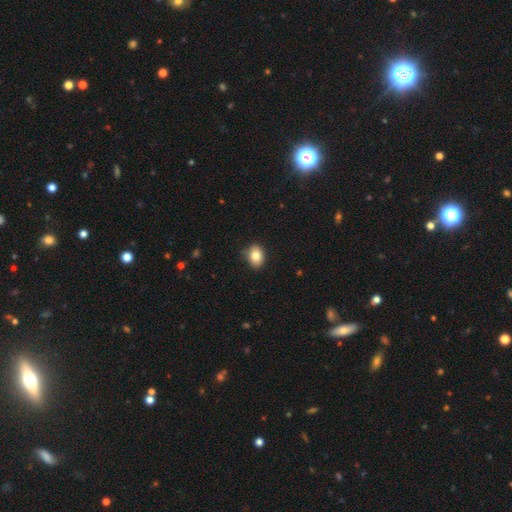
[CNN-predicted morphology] This appears to be a smooth galaxy with no disk features (82%) that is in between round and cigar-shaped (61%). Merging: none (83%).